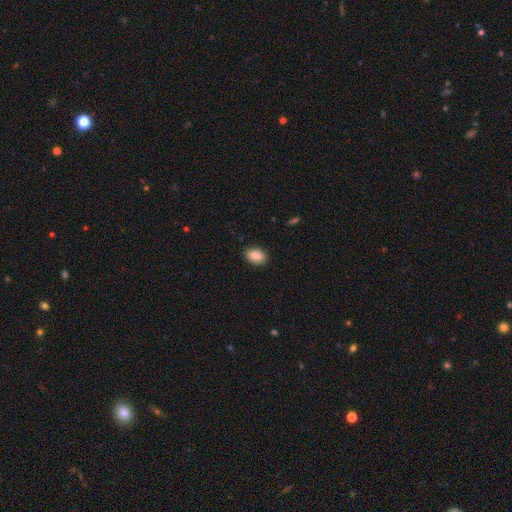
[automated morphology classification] smooth 87%, star or artifact 8%, featured or disk 5%. Down the decision tree: how rounded — in between (82%); merging — none (90%).